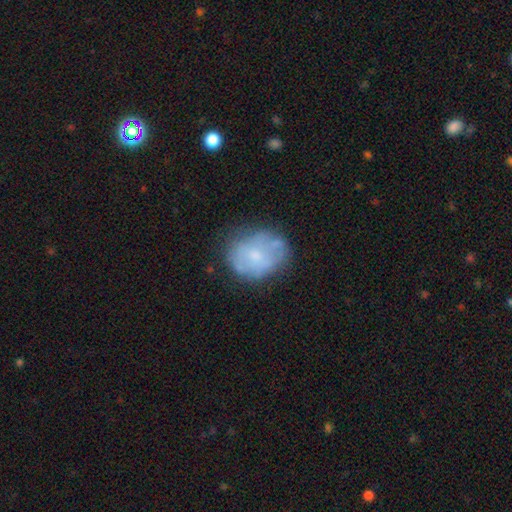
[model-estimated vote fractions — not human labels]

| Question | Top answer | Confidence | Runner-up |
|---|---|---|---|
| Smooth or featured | smooth | 52% | featured or disk (40%) |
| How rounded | round | 54% | in between (45%) |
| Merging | none | 59% | minor disturbance (26%) |